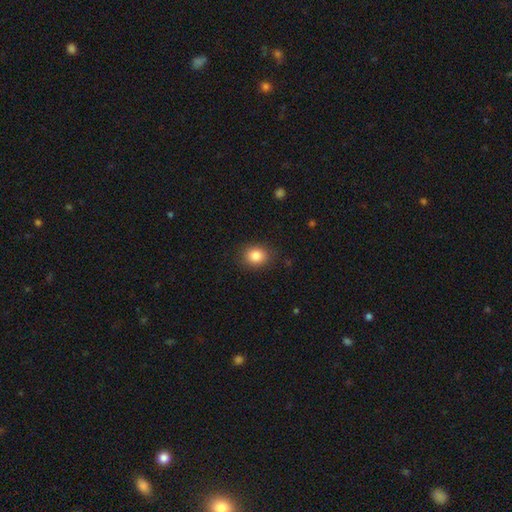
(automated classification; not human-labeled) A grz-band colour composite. It shows a smooth galaxy with no disk features (84%) that is round (63%). Merging: none (87%).